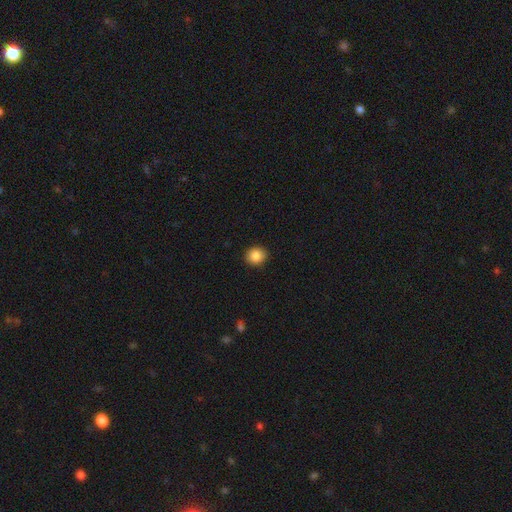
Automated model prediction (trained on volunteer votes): Smooth or featured: smooth — 87% (star or artifact — 9%)
How rounded: round — 79% (in between — 20%)
Merging: none — 91% (minor disturbance — 7%)